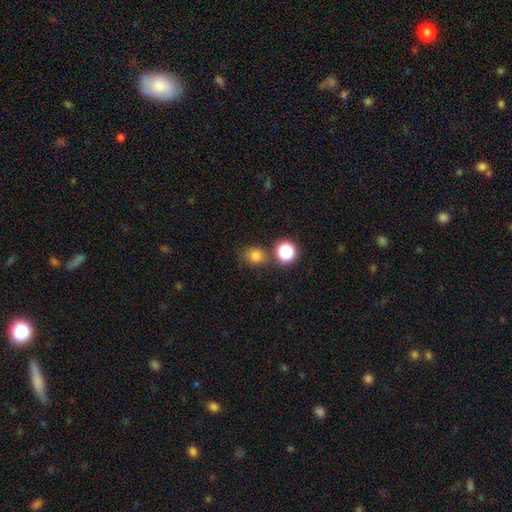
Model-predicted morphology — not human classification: Smooth or featured? smooth (76%)
How rounded? round (63%)
Merging? none (69%)